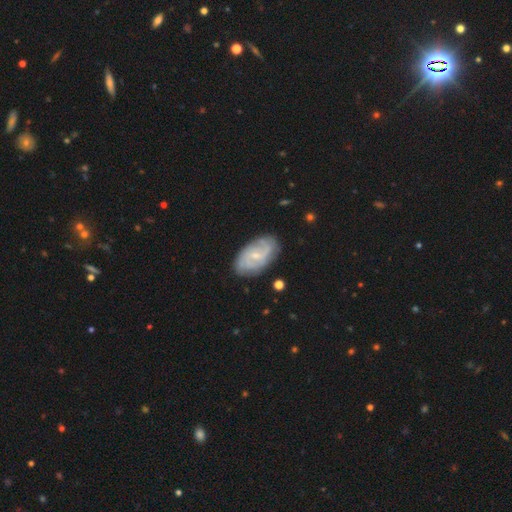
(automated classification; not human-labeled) Smooth or featured: featured or disk — 74% (smooth — 21%)
Edge-on disk: no — 96% (yes — 4%)
Bar: weak — 48% (no — 43%)
Spiral arms: yes — 91% (no — 9%)
Spiral winding: tight — 43% (medium — 40%)
Spiral arm count: 2 — 45% (can't tell — 30%)
Bulge size: small — 71% (moderate — 22%)
Merging: none — 80% (minor disturbance — 15%)